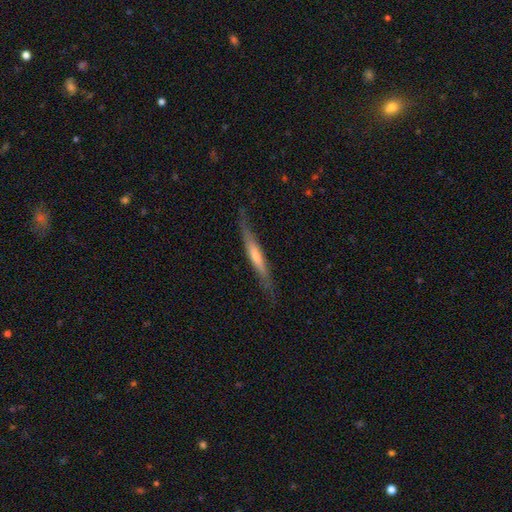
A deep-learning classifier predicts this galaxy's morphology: Smooth or featured?
  - featured or disk: 56% *
  - smooth: 38%
  - star or artifact: 6%
Edge-on disk?
  - yes: 90% *
  - no: 10%
Edge-on bulge?
  - rounded: 44% * (tied)
  - none: 44% * (tied)
  - boxy: 13%
Merging?
  - none: 77% *
  - minor disturbance: 17%
  - major disturbance: 4%
  - merger: 1%